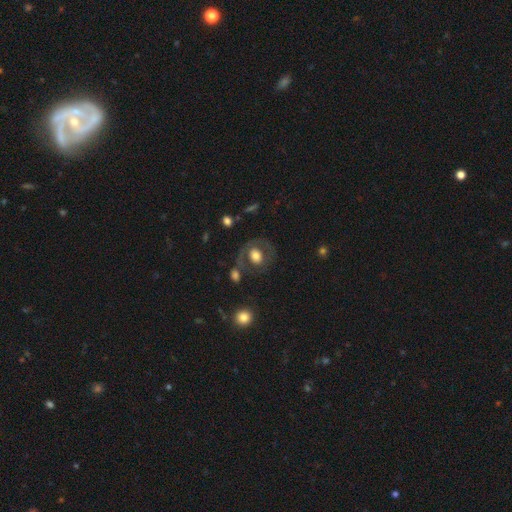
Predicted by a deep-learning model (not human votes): Smooth or featured: smooth — 54% (featured or disk — 37%)
How rounded: round — 65% (in between — 34%)
Merging: none — 64% (minor disturbance — 15%)